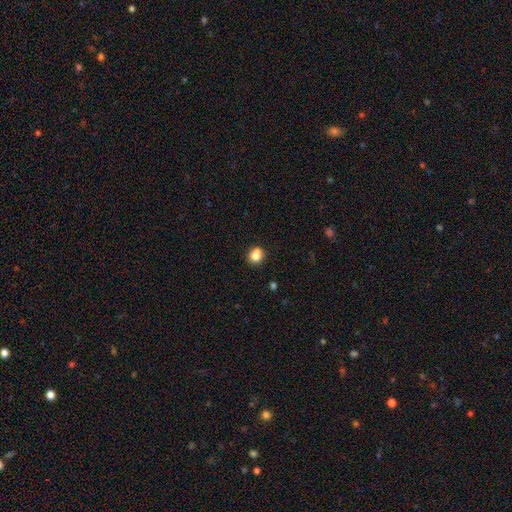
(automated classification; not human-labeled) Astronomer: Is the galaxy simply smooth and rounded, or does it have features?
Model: smooth — 81%.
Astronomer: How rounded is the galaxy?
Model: round — 74%.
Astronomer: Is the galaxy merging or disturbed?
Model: none — 78%.